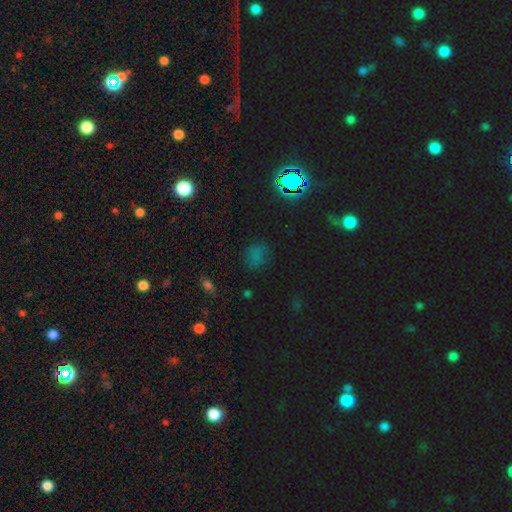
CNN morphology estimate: This is possibly a smooth galaxy (49%). Merging: likely none (79%).